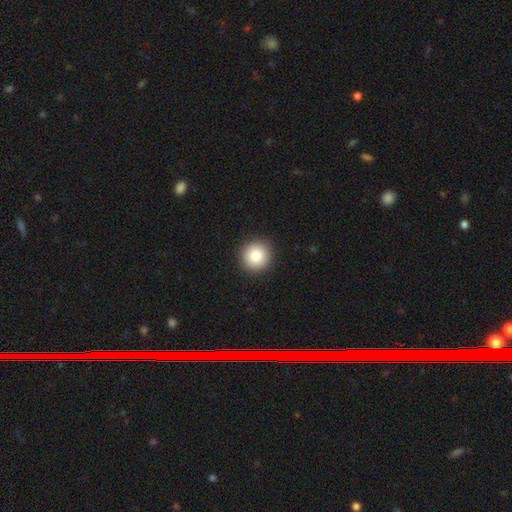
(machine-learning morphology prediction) smooth 85%, star or artifact 9%, featured or disk 6%. Down the decision tree: how rounded — round (94%); merging — none (92%).